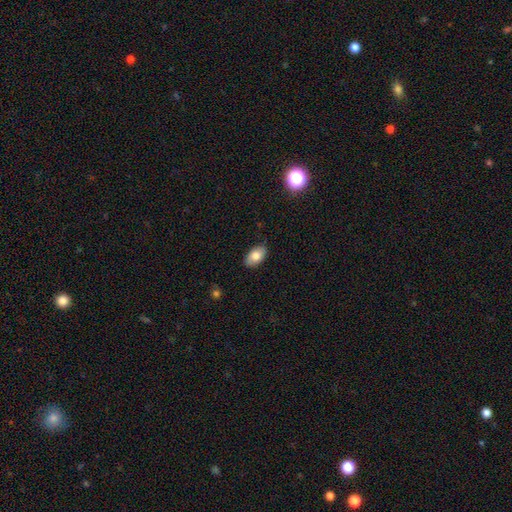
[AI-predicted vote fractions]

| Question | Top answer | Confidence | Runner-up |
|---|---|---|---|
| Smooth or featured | smooth | 81% | featured or disk (12%) |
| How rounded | in between | 93% | round (6%) |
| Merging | none | 86% | minor disturbance (11%) |